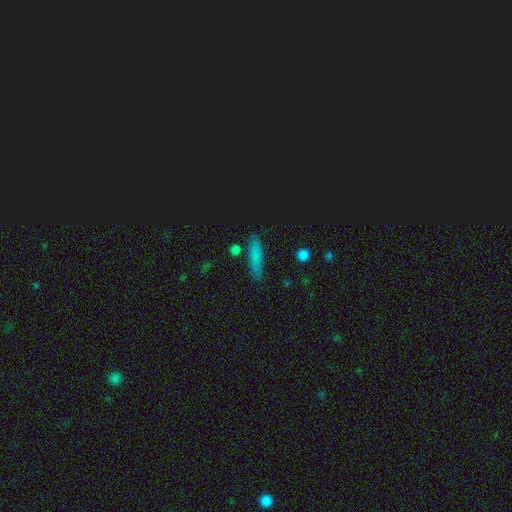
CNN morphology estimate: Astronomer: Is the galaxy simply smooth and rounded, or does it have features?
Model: smooth — 69%.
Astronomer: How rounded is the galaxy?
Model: cigar-shaped — 74%.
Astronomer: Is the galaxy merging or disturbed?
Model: none — 84%.